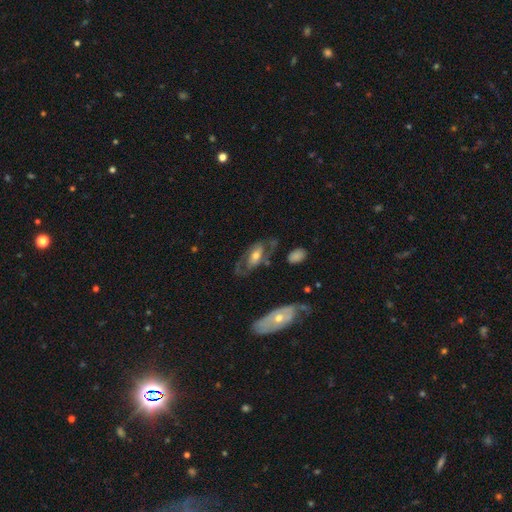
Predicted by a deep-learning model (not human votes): Smooth or featured? featured or disk (72%)
Edge-on disk? no (90%)
Bar? no (49%)
Spiral arms? yes (75%)
Bulge size? moderate (62%)
Merging? none (61%)